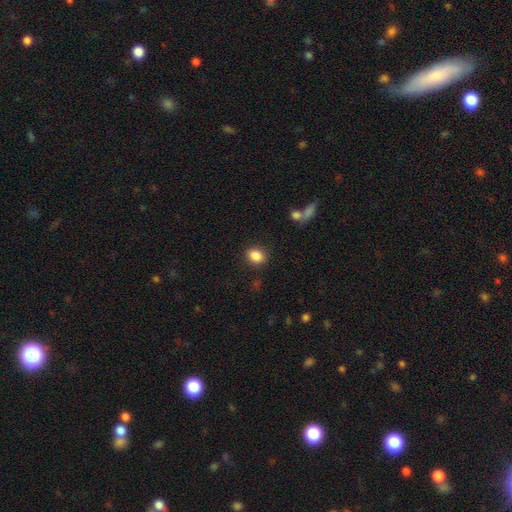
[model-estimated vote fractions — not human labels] A smooth galaxy with no disk features (87%) that is round (52%).

Vote fractions:
- Smooth or featured? smooth: 87% / star or artifact: 9% / featured or disk: 4%
- How rounded? round: 52% / in between: 47% / cigar-shaped: 1%
- Merging? none: 87% / minor disturbance: 8% / major disturbance: 3% / merger: 2%